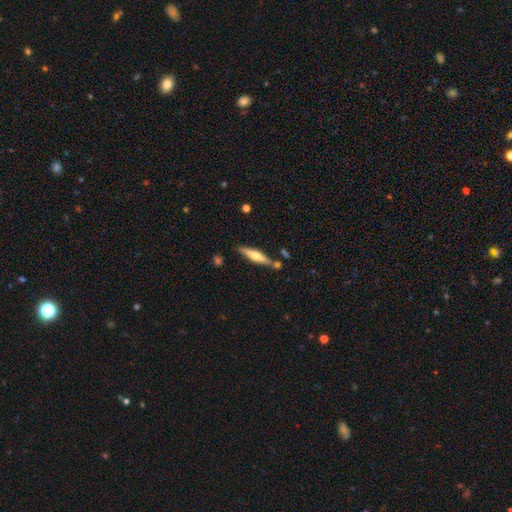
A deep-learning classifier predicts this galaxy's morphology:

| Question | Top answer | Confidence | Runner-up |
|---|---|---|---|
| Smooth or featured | featured or disk | 54% | smooth (40%) |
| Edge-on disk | yes | 95% | no (5%) |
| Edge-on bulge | rounded | 84% | boxy (9%) |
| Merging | none | 77% | minor disturbance (12%) |